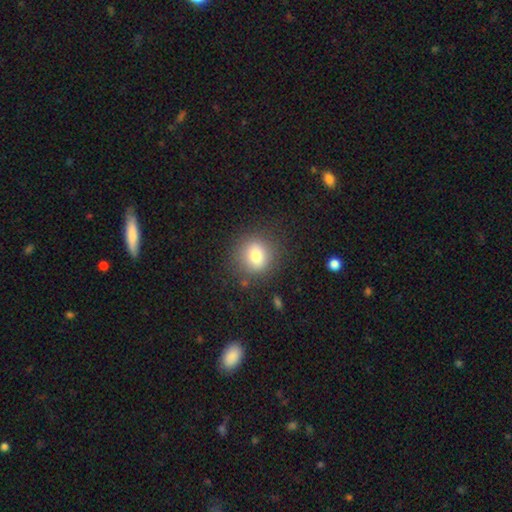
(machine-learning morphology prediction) The model was most divided on "smooth or featured": smooth: 78%, star or artifact: 11%, featured or disk: 11%. More confident: how rounded — round (85%); merging — none (84%).